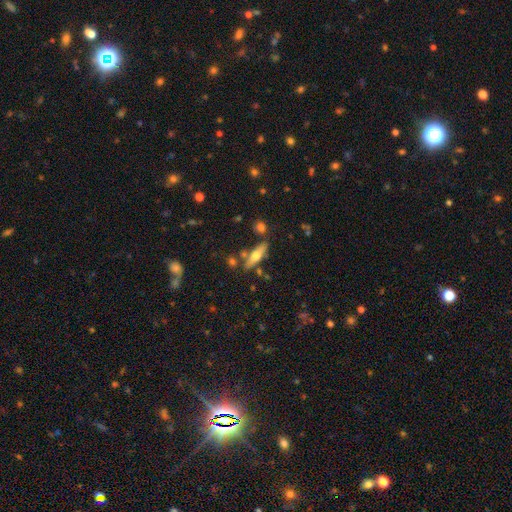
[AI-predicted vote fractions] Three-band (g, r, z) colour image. It shows a smooth galaxy with no disk features (50%). Merging: none (73%).